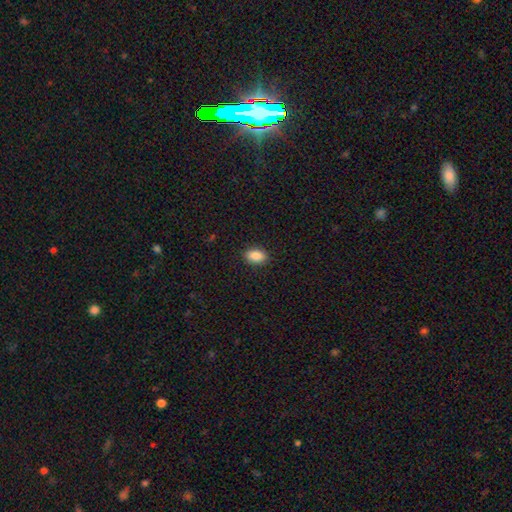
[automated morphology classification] smooth-or-featured: smooth: 88% | star or artifact: 8% | featured or disk: 4%
  how-rounded: in between: 87% | round: 11% | cigar-shaped: 2%
  merging: none: 90% | minor disturbance: 7% | major disturbance: 2% | merger: 1%